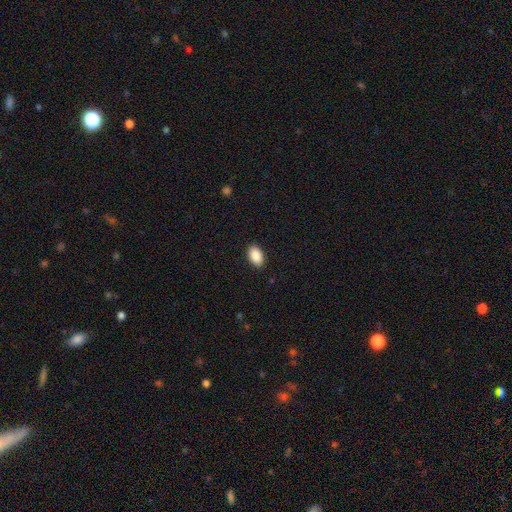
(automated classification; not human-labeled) A smooth galaxy with no disk features (90%) that is in between round and cigar-shaped (94%).

Vote fractions:
- Smooth or featured? smooth: 90% / star or artifact: 7% / featured or disk: 3%
- How rounded? in between: 94% / round: 5% / cigar-shaped: 1%
- Merging? none: 90% / minor disturbance: 7% / major disturbance: 2% / merger: 1%